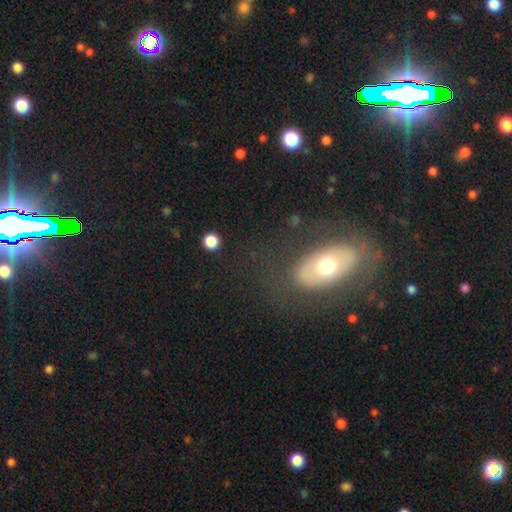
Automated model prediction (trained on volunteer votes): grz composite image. It shows a featured or disk galaxy (45%). Merging: none (76%).